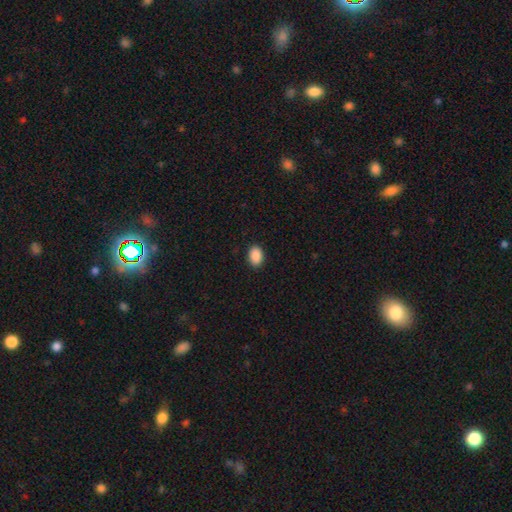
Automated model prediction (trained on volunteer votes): Morphology: type=smooth (90%); roundness=in between (82%); merging=none (89%).